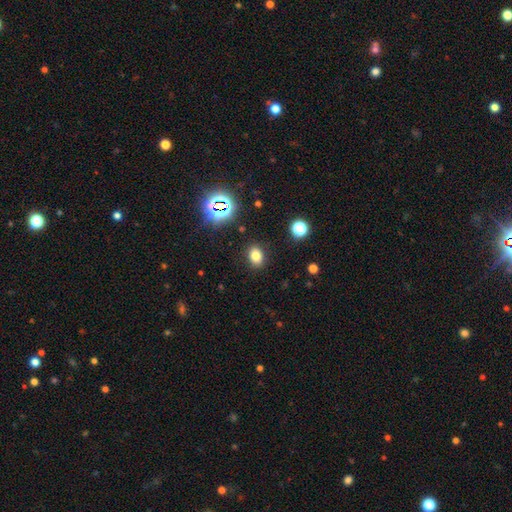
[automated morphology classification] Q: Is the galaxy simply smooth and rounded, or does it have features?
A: smooth — 74%.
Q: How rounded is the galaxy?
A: in between — 73%.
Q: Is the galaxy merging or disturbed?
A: none — 88%.